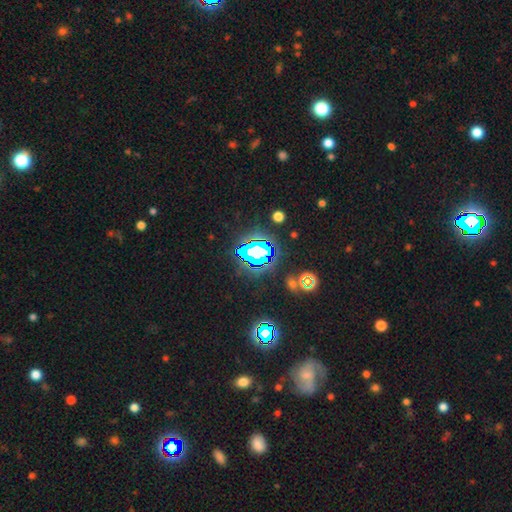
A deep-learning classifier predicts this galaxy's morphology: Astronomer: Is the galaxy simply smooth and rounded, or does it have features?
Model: star or artifact — 79%.